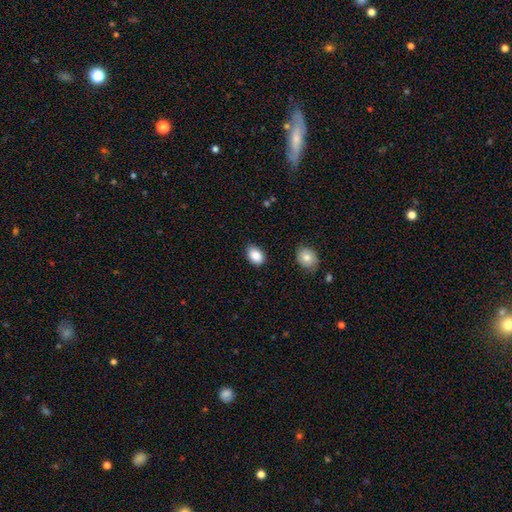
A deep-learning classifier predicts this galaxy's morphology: Smooth or featured?
  - smooth: 88% *
  - star or artifact: 8%
  - featured or disk: 4%
How rounded?
  - in between: 83% *
  - round: 15%
  - cigar-shaped: 1%
Merging?
  - none: 80% *
  - minor disturbance: 16%
  - major disturbance: 3%
  - merger: 2%